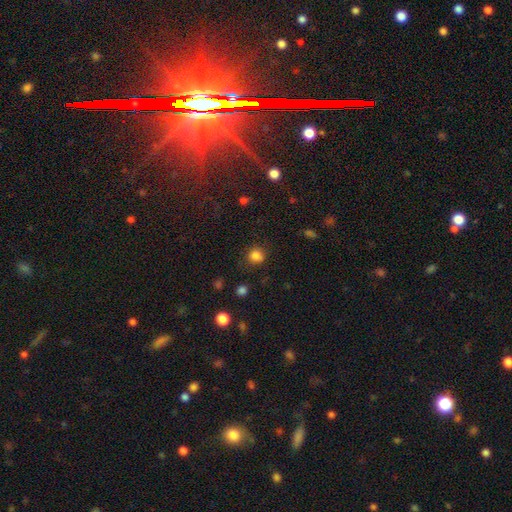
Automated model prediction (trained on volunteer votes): Smooth or featured?
  - smooth: 82% *
  - star or artifact: 13%
  - featured or disk: 5%
How rounded?
  - round: 82% *
  - in between: 17%
  - cigar-shaped: 1%
Merging?
  - none: 76% *
  - minor disturbance: 16%
  - major disturbance: 5%
  - merger: 4%